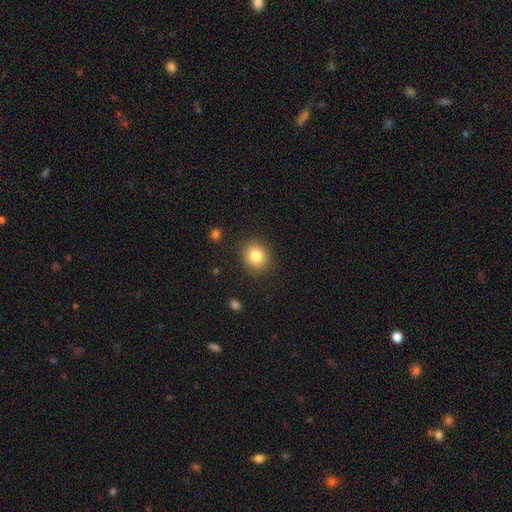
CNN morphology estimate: Smooth or featured? smooth (81%)
How rounded? round (71%)
Merging? none (88%)